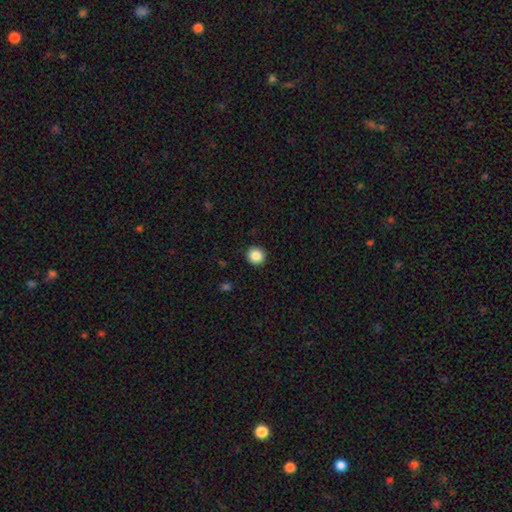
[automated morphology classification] Smooth or featured: smooth — 86% (star or artifact — 9%)
How rounded: round — 95% (in between — 4%)
Merging: none — 93% (minor disturbance — 5%)